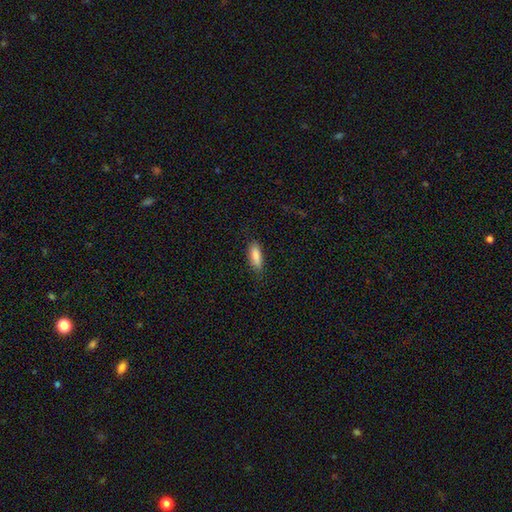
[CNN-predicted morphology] smooth 87%, star or artifact 6%, featured or disk 6%. Down the decision tree: how rounded — in between (63%); merging — none (83%).